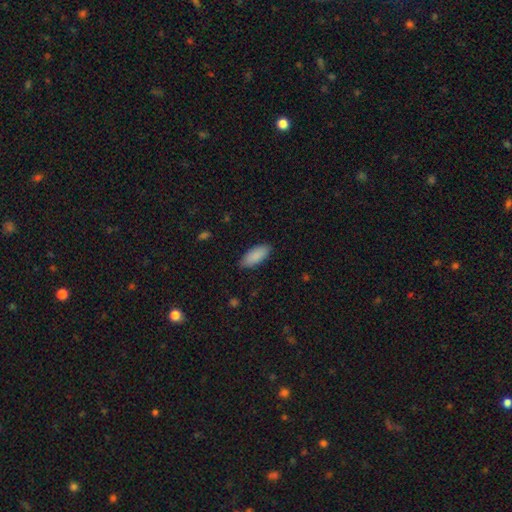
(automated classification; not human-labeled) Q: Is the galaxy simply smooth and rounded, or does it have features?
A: smooth — 89%.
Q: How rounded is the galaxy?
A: in between — 85%.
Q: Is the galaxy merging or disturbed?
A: none — 86%.